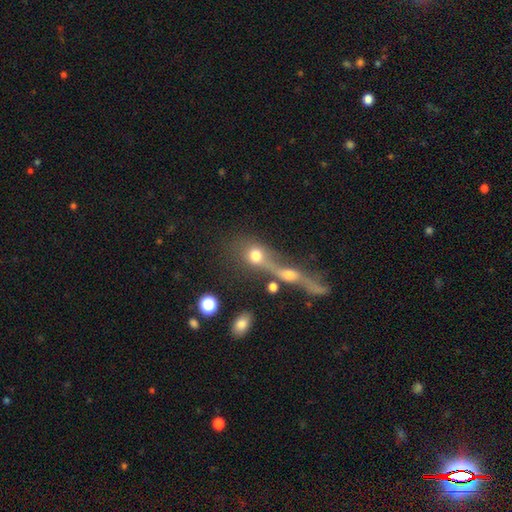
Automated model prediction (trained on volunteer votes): Smooth or featured: smooth — 65% (featured or disk — 21%)
How rounded: round — 60% (in between — 34%)
Merging: merger — 56% (none — 25%)